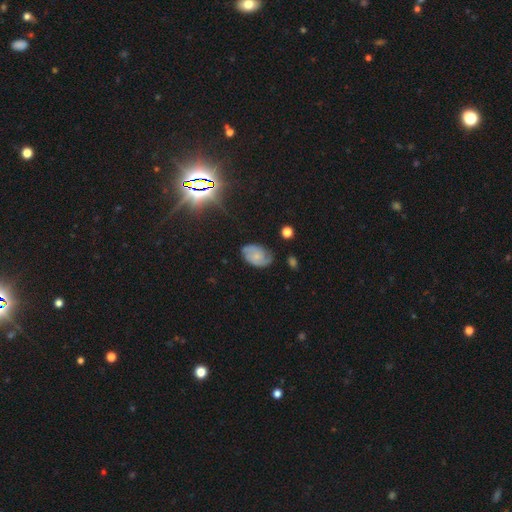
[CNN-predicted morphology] Q: Smooth or featured?
A: featured or disk (61%); runner-up: smooth (30%)
Q: Edge-on disk?
A: no (96%); runner-up: yes (4%)
Q: Bar?
A: no (74%); runner-up: weak (23%)
Q: Spiral arms?
A: yes (90%); runner-up: no (10%)
Q: Spiral winding?
A: tight (44%); runner-up: medium (40%)
Q: Spiral arm count?
A: 2 (59%); runner-up: can't tell (22%)
Q: Bulge size?
A: small (67%); runner-up: moderate (16%)
Q: Merging?
A: none (66%); runner-up: minor disturbance (24%)